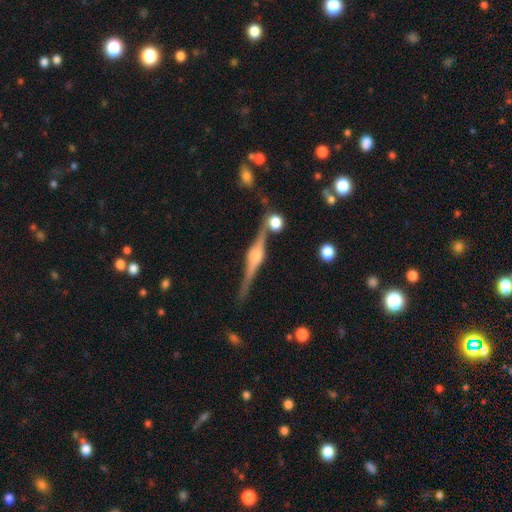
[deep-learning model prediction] A featured or disk galaxy (86%) viewed edge-on (97%) with a rounded central bulge (88%). Merging: none (76%).